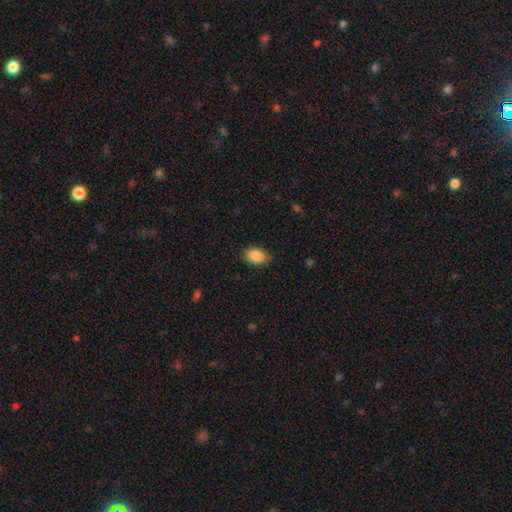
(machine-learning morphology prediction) A smooth galaxy with no disk features (88%) that is in between round and cigar-shaped (85%).

Vote fractions:
- Smooth or featured? smooth: 88% / star or artifact: 7% / featured or disk: 5%
- How rounded? in between: 85% / round: 14% / cigar-shaped: 1%
- Merging? none: 78% / minor disturbance: 18% / major disturbance: 3% / merger: 1%